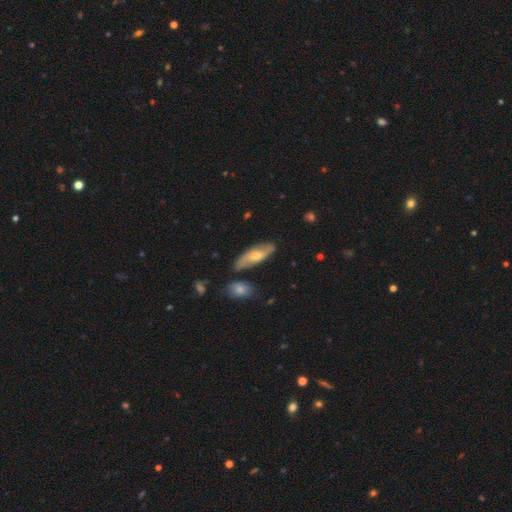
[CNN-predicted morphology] Q: Smooth or featured?
A: featured or disk (53%); runner-up: smooth (41%)
Q: Edge-on disk?
A: no (76%); runner-up: yes (24%)
Q: Merging?
A: none (74%); runner-up: minor disturbance (16%)